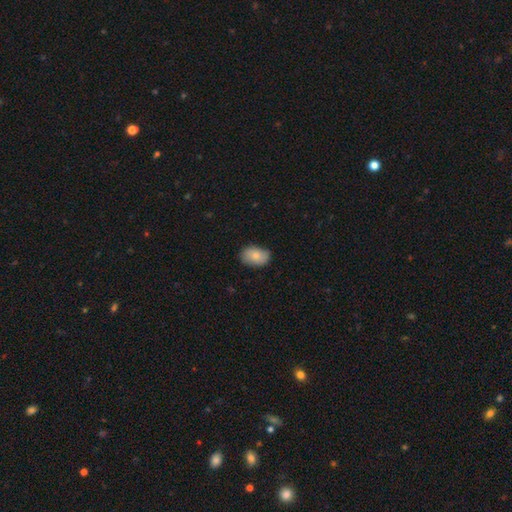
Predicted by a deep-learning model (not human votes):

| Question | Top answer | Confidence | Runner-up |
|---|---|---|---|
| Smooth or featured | smooth | 81% | featured or disk (13%) |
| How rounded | in between | 86% | round (12%) |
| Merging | none | 79% | minor disturbance (18%) |